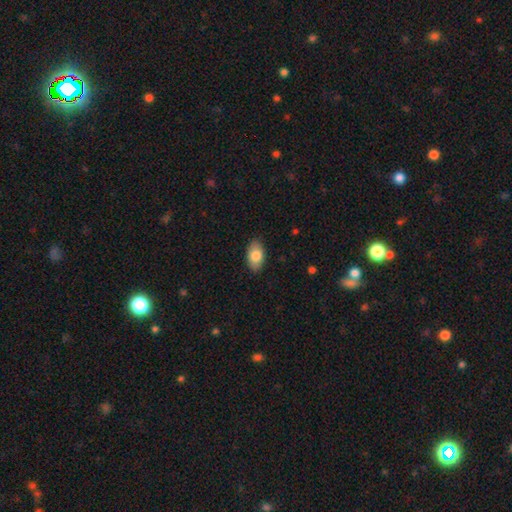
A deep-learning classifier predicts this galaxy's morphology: This is clearly a smooth galaxy (82%). How rounded: clearly in between (93%). Merging: clearly none (87%).